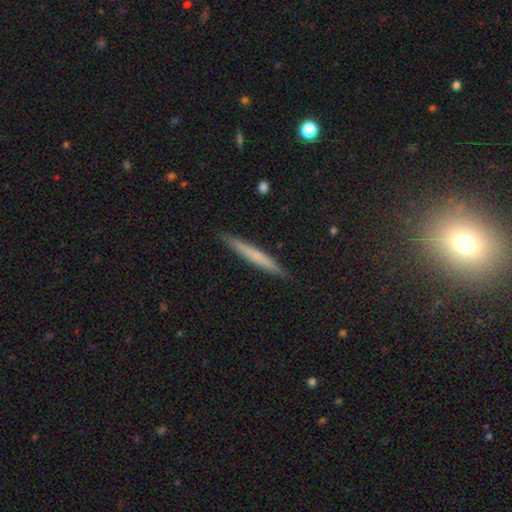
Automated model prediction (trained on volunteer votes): smooth-or-featured: smooth: 58% | featured or disk: 34% | star or artifact: 7%
  how-rounded: cigar-shaped: 96% | in between: 2% | round: 1%
  merging: none: 91% | minor disturbance: 7% | major disturbance: 1% | merger: 1%